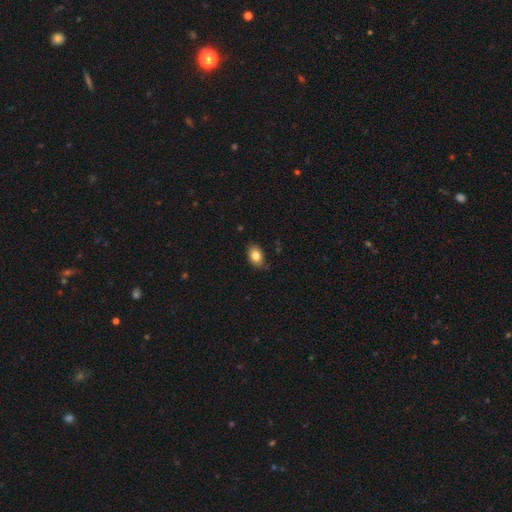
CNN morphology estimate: A smooth galaxy with no disk features (83%) that is in between round and cigar-shaped (85%).

Vote fractions:
- Smooth or featured? smooth: 83% / featured or disk: 9% / star or artifact: 8%
- How rounded? in between: 85% / round: 13% / cigar-shaped: 1%
- Merging? none: 81% / minor disturbance: 16% / major disturbance: 3% / merger: 1%